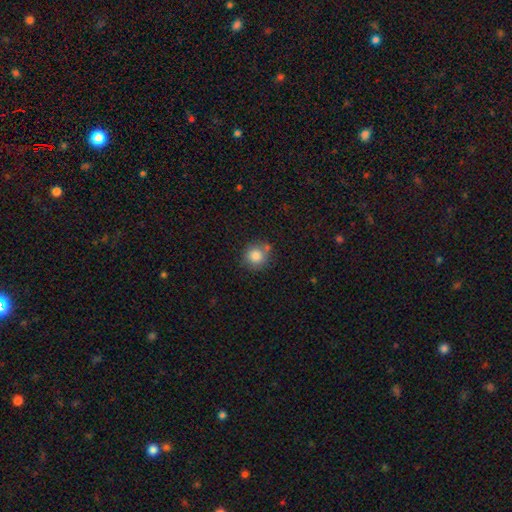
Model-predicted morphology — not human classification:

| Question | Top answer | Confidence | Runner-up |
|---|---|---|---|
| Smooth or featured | smooth | 84% | star or artifact (10%) |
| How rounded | round | 91% | in between (8%) |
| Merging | none | 70% | minor disturbance (15%) |